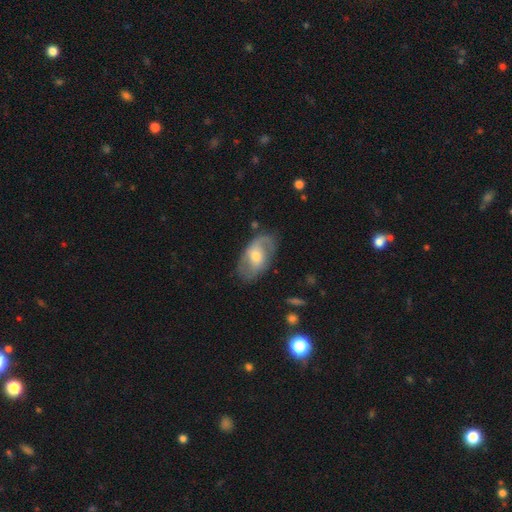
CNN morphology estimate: A featured or disk galaxy (66%) with no bar (45%), 2 (73%) medium (43%) spiral arms (82%) and a moderate central bulge (61%). Merging: none (71%).